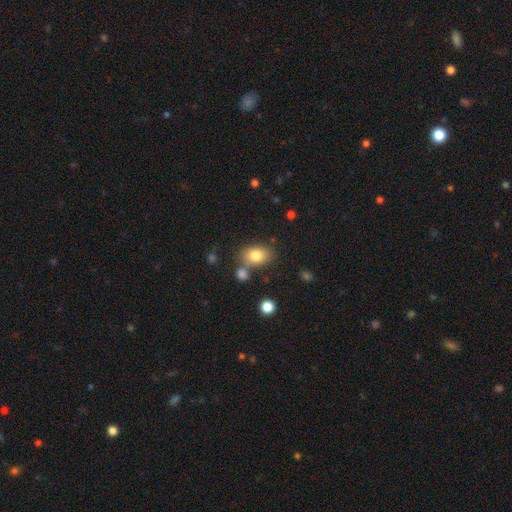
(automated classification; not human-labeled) The model was most divided on "merging": none: 66%, merger: 16%, minor disturbance: 13%, major disturbance: 4%. More confident: smooth or featured — smooth (80%); how rounded — in between (76%).